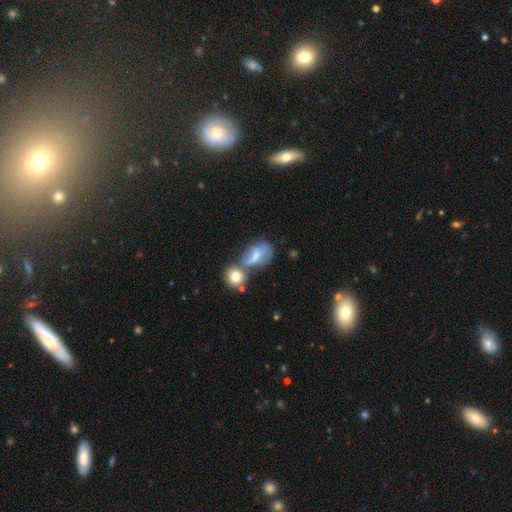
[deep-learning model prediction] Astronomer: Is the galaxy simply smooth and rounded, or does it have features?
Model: smooth — 45% (runner-up: featured or disk, 44%).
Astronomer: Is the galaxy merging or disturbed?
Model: merger — 41% (runner-up: none, 27%).